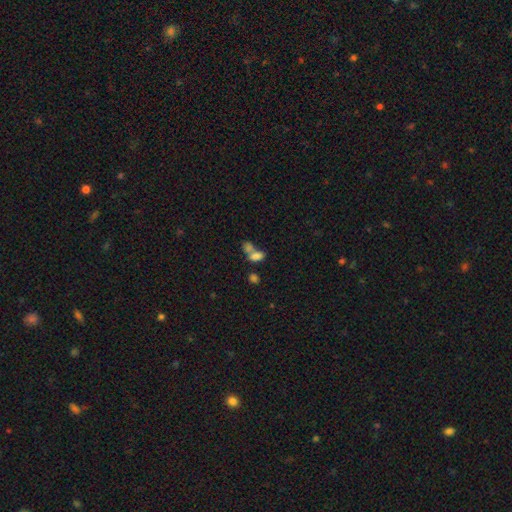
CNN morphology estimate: This appears to be a smooth galaxy with no disk features (77%) that is in between round and cigar-shaped (86%). Merging: merger (62%).